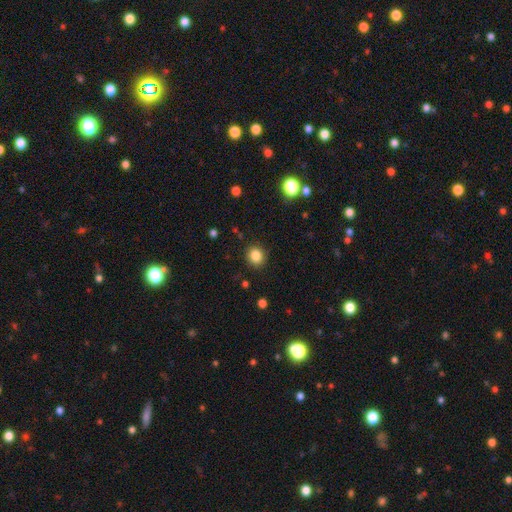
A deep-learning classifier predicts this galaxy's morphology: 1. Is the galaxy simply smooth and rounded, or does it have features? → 84% smooth, 11% star or artifact, 5% featured or disk.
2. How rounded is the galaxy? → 83% round, 16% in between, 1% cigar-shaped.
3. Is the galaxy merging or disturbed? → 89% none, 7% minor disturbance, 2% major disturbance, 1% merger.